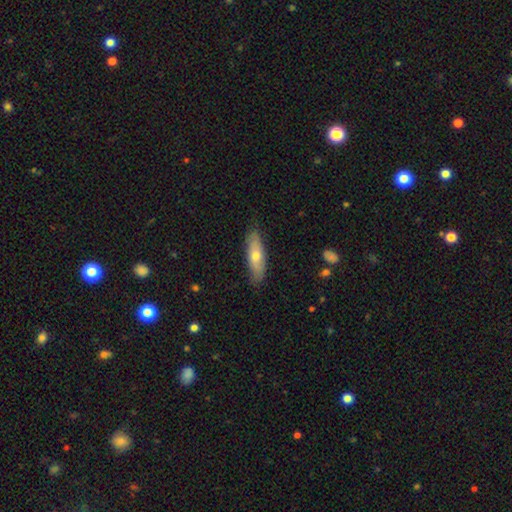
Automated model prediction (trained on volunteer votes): Smooth or featured?
  - smooth: 59% *
  - featured or disk: 35%
  - star or artifact: 6%
How rounded?
  - in between: 50% *
  - cigar-shaped: 48%
  - round: 3%
Merging?
  - none: 83% *
  - minor disturbance: 14%
  - major disturbance: 2%
  - merger: 1%